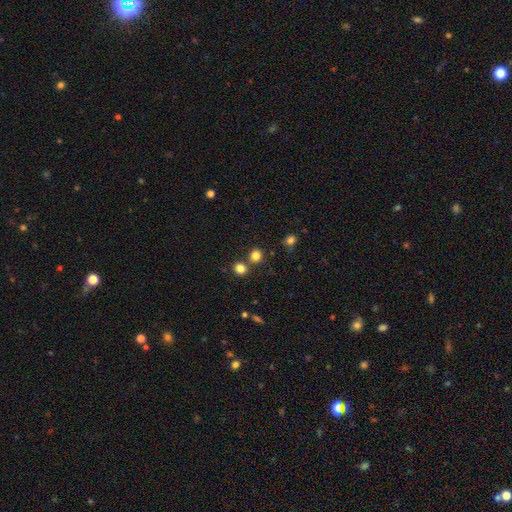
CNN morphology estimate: This is clearly a smooth galaxy (81%). How rounded: clearly round (83%). Merging: likely none (71%).